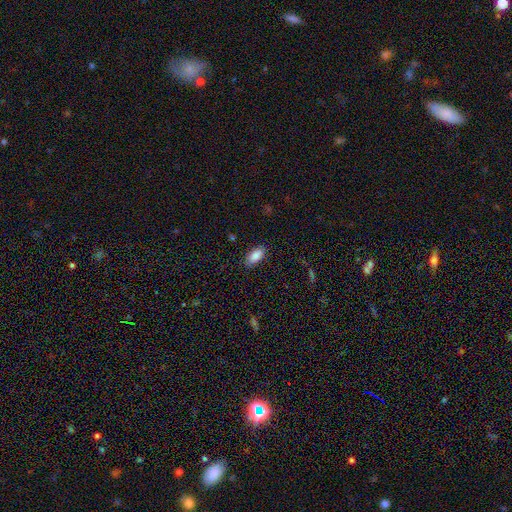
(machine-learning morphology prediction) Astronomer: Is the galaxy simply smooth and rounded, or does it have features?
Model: smooth — 88%.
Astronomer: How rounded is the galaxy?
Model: in between — 93%.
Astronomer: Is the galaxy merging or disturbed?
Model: none — 85%.